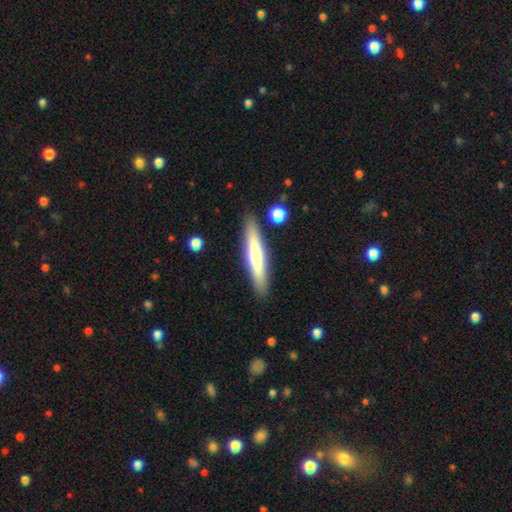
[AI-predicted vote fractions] Morphology: type=smooth (59%); roundness=cigar-shaped (89%); merging=none (87%).